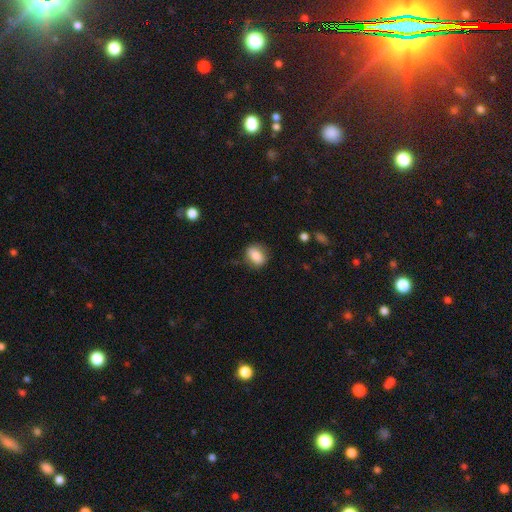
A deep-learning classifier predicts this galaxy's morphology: type=smooth (81%); roundness=in between (67%); merging=none (79%).